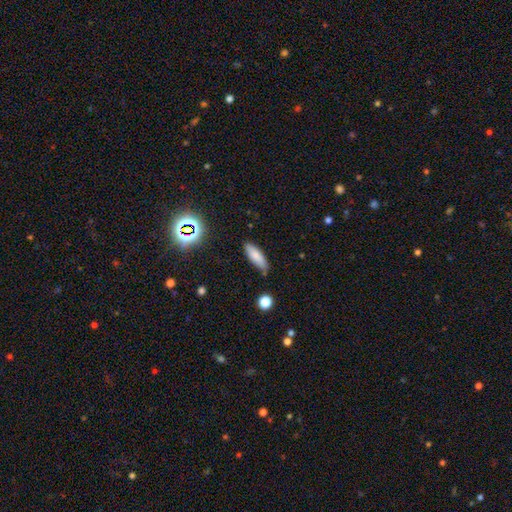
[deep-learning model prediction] Smooth or featured? Predicted: smooth (p=0.80). How rounded? Predicted: in between (p=0.51). Merging? Predicted: none (p=0.77).